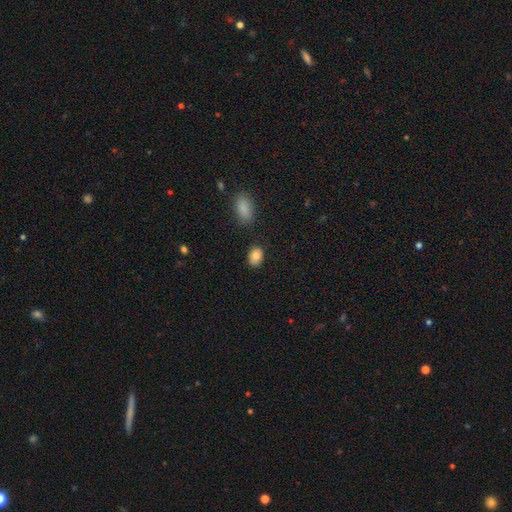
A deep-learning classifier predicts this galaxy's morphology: Smooth or featured: smooth — 82% (featured or disk — 10%)
How rounded: in between — 69% (round — 29%)
Merging: none — 82% (minor disturbance — 12%)